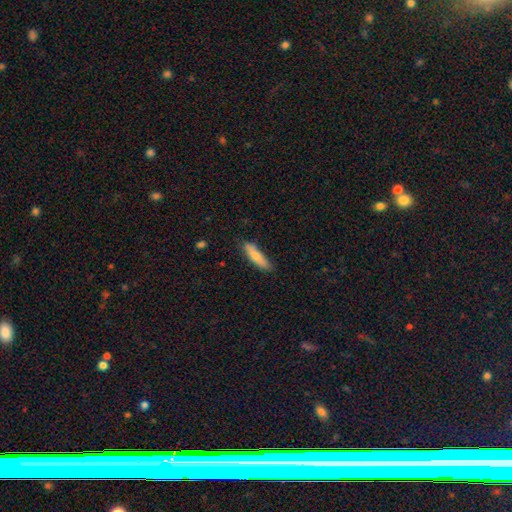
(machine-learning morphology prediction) A smooth galaxy with no disk features (74%) that is cigar-shaped (66%).

Vote fractions:
- Smooth or featured? smooth: 74% / featured or disk: 20% / star or artifact: 6%
- How rounded? cigar-shaped: 66% / in between: 33% / round: 2%
- Merging? none: 77% / minor disturbance: 19% / major disturbance: 3% / merger: 2%